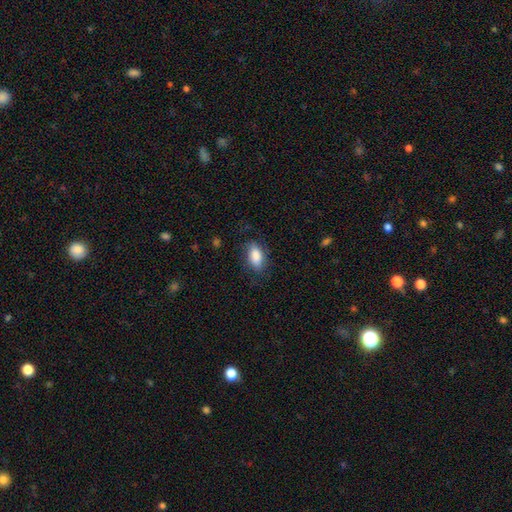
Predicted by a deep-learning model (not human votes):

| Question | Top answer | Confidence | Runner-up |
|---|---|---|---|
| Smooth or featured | smooth | 85% | featured or disk (9%) |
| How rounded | in between | 91% | cigar-shaped (5%) |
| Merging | none | 77% | minor disturbance (17%) |